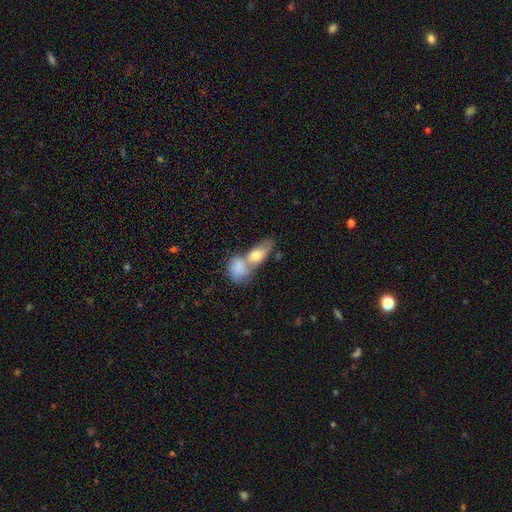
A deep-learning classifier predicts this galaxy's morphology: type=smooth (76%); roundness=in between (73%); merging=merger (68%).